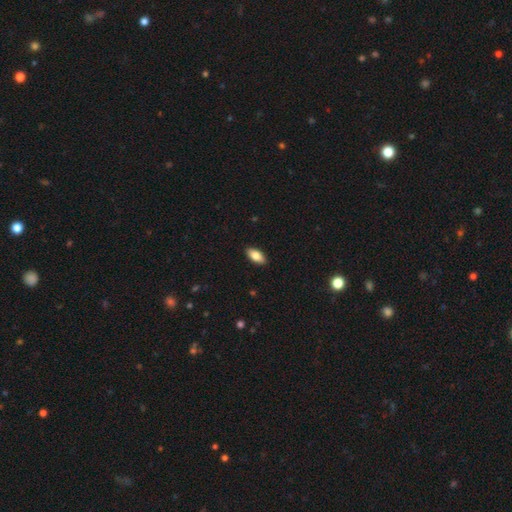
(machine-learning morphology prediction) smooth_or_featured: smooth (p=0.82) [alt: featured or disk p=0.12]
how_rounded: in between (p=0.91) [alt: cigar-shaped p=0.07]
merging: none (p=0.90) [alt: minor disturbance p=0.07]